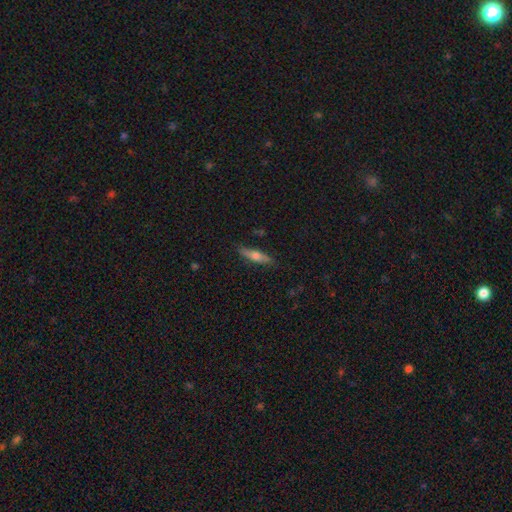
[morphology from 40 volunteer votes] A featured or disk galaxy (50%) viewed edge-on (85%) with a rounded central bulge (88%). Merging: none (84%).